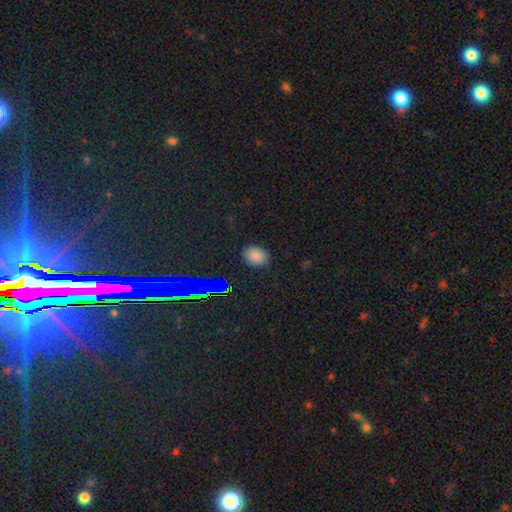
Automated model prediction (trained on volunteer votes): smooth-or-featured: smooth: 81% | star or artifact: 15% | featured or disk: 5%
  how-rounded: in between: 60% | round: 39% | cigar-shaped: 1%
  merging: none: 87% | minor disturbance: 9% | major disturbance: 3% | merger: 1%